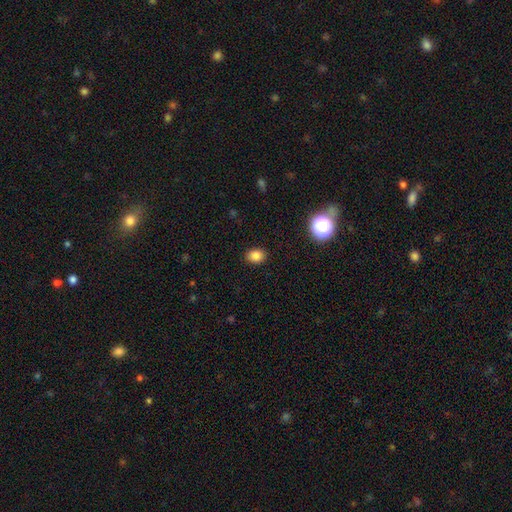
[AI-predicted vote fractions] Q: Smooth or featured?
A: smooth (83%); runner-up: star or artifact (12%)
Q: How rounded?
A: round (51%); runner-up: in between (48%)
Q: Merging?
A: none (90%); runner-up: minor disturbance (7%)